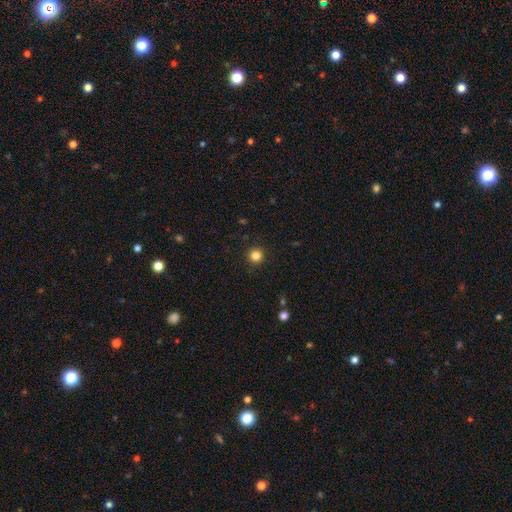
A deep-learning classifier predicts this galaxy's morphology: smooth-or-featured: smooth: 83% | star or artifact: 13% | featured or disk: 4%
  how-rounded: round: 96% | in between: 3% | cigar-shaped: 1%
  merging: none: 93% | minor disturbance: 5% | major disturbance: 2% | merger: 1%